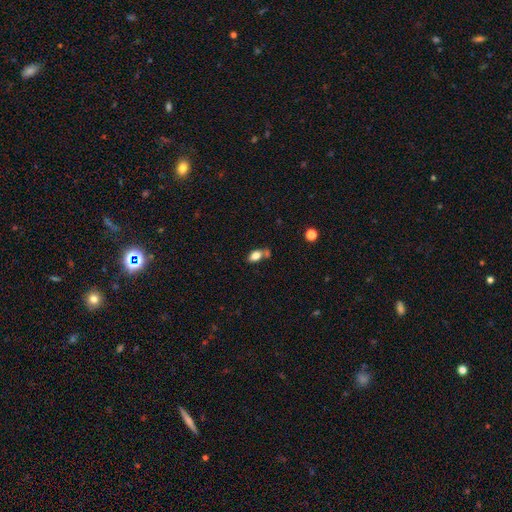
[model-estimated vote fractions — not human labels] Smooth or featured: smooth — 81% (featured or disk — 10%)
How rounded: in between — 89% (round — 8%)
Merging: none — 55% (merger — 24%)